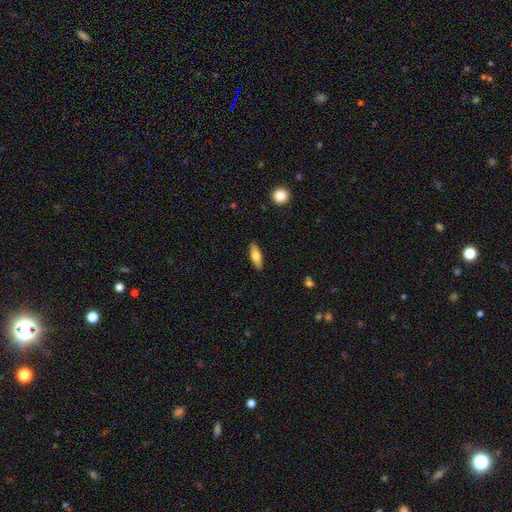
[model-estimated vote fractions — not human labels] smooth-or-featured: smooth: 68% | featured or disk: 26% | star or artifact: 6%
  how-rounded: in between: 62% | cigar-shaped: 36% | round: 3%
  merging: none: 89% | minor disturbance: 9% | major disturbance: 2% | merger: 1%